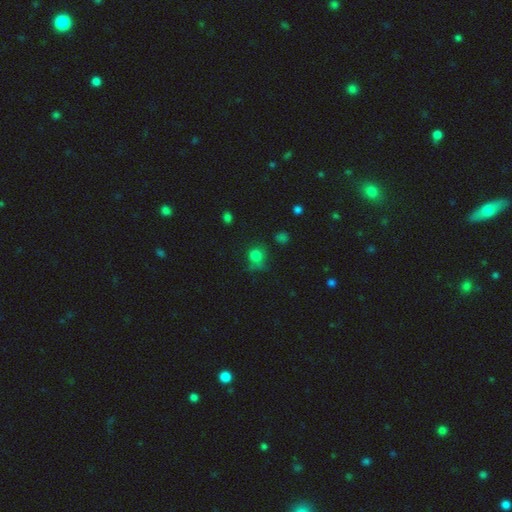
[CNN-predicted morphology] This is likely a smooth galaxy (75%). How rounded: likely round (74%). Merging: possibly none (55%).